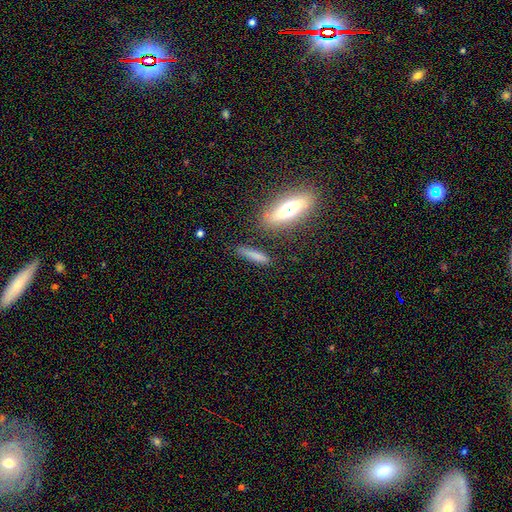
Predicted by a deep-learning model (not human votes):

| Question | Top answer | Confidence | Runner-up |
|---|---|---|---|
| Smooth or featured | smooth | 75% | featured or disk (16%) |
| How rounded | cigar-shaped | 87% | in between (11%) |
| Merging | none | 80% | minor disturbance (12%) |